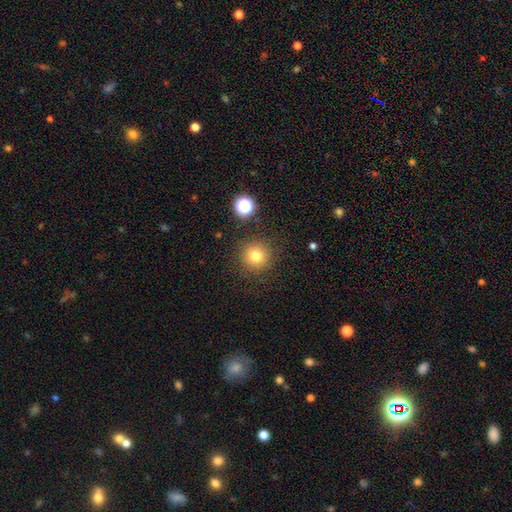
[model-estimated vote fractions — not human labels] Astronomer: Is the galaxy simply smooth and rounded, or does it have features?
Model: smooth — 77%.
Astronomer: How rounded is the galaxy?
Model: round — 95%.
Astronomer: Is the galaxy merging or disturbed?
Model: none — 88%.